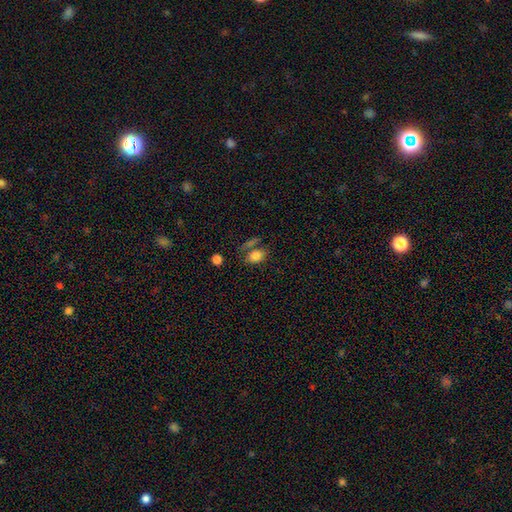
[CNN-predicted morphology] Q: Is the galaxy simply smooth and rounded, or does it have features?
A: smooth — 80%.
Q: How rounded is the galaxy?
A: in between — 83%.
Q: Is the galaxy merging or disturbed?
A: none — 57%.